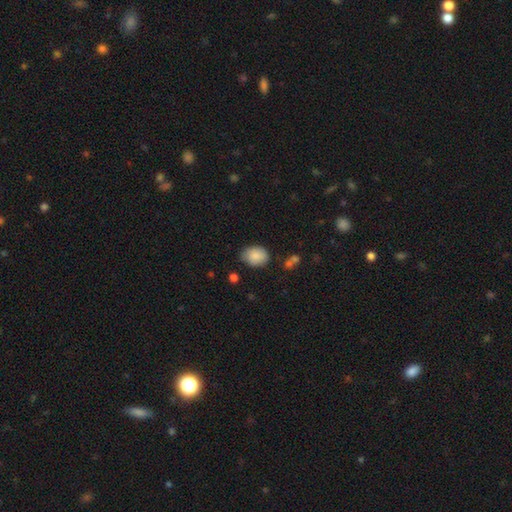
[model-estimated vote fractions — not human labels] Morphology: type=smooth (86%); roundness=in between (65%); merging=none (67%).